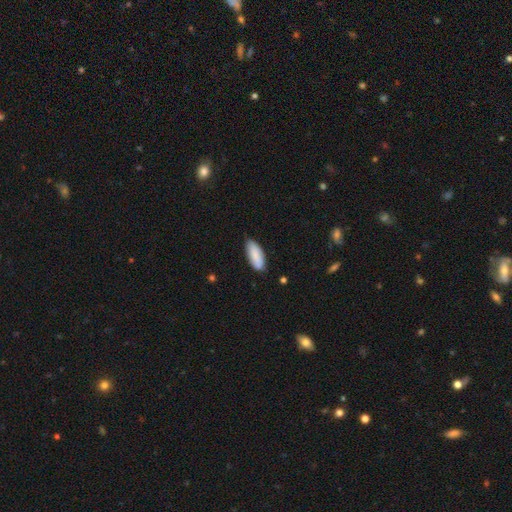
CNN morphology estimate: Smooth or featured? smooth (86%)
How rounded? in between (81%)
Merging? none (80%)